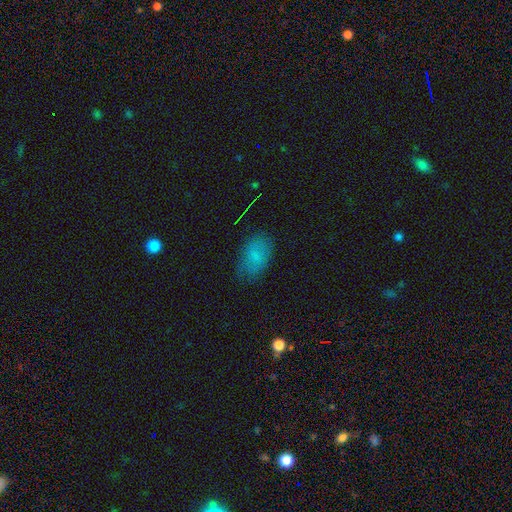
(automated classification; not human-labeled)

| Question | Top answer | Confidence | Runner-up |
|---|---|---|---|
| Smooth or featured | smooth | 75% | featured or disk (13%) |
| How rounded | in between | 91% | round (8%) |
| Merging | none | 70% | minor disturbance (22%) |